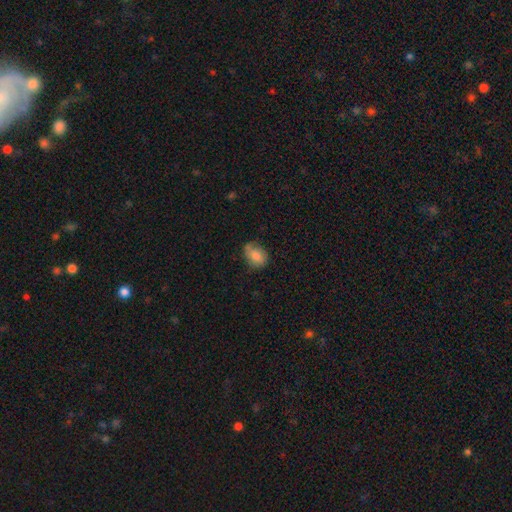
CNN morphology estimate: The model was most divided on "how rounded": in between: 65%, round: 33%, cigar-shaped: 1%. More confident: smooth or featured — smooth (79%); merging — none (66%).